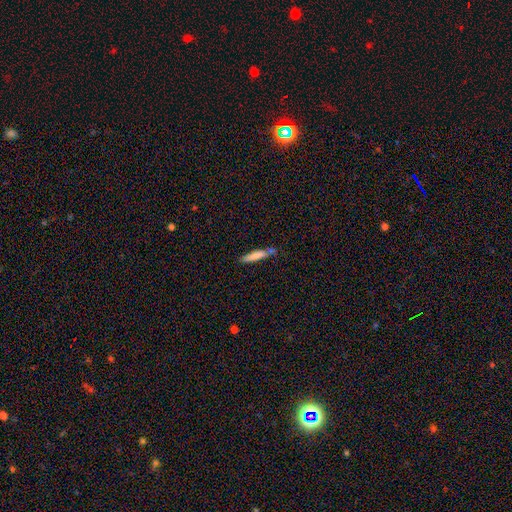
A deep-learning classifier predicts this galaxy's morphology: Smooth or featured? smooth (75%)
How rounded? cigar-shaped (87%)
Merging? none (65%)